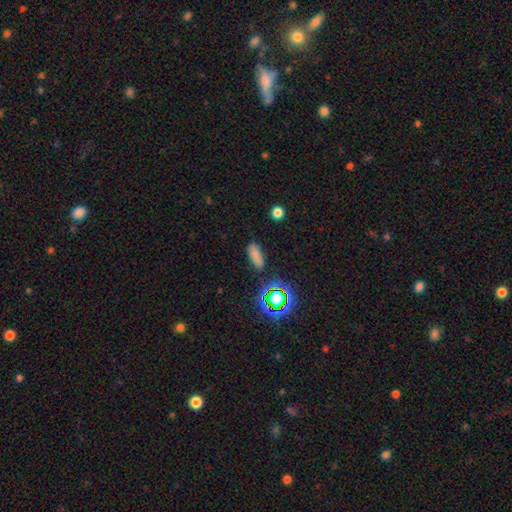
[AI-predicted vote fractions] Overall: smooth (75%). How rounded: in between (75%). Merging: none (83%).